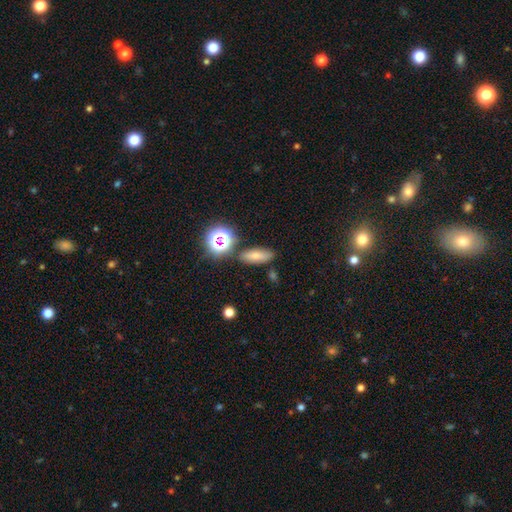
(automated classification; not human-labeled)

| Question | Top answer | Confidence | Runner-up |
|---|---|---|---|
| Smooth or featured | smooth | 66% | featured or disk (17%) |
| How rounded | in between | 66% | cigar-shaped (22%) |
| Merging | none | 79% | minor disturbance (11%) |